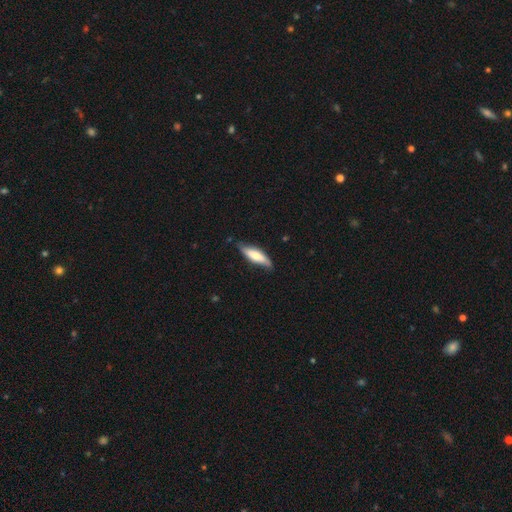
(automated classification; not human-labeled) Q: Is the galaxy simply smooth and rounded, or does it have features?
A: smooth — 59%.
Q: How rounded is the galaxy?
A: cigar-shaped — 55%.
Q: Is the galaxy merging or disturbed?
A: none — 69%.